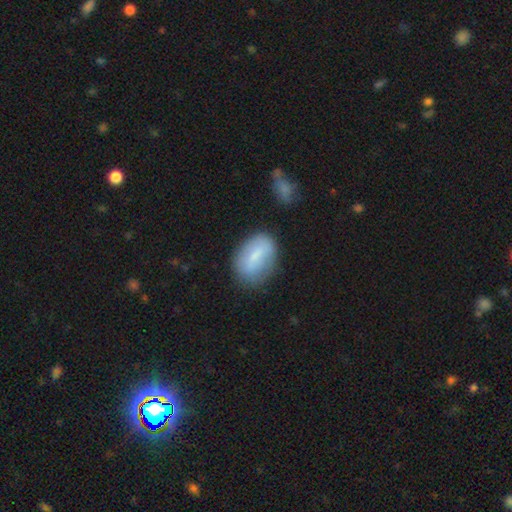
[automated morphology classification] The model was most divided on "smooth or featured": smooth: 70%, featured or disk: 23%, star or artifact: 7%. More confident: how rounded — in between (84%); merging — none (71%).